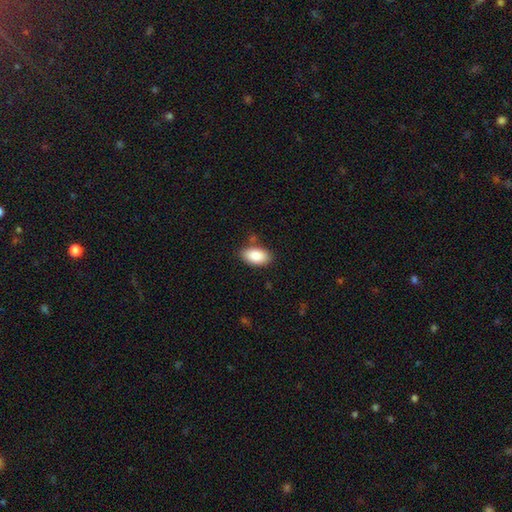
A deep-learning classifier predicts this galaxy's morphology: smooth_or_featured: smooth (p=0.88) [alt: star or artifact p=0.07]
how_rounded: in between (p=0.94) [alt: round p=0.04]
merging: none (p=0.82) [alt: minor disturbance p=0.12]